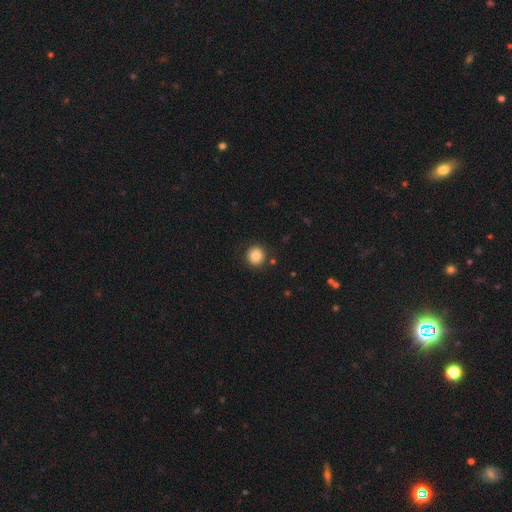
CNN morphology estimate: smooth_or_featured: smooth (p=0.83) [alt: star or artifact p=0.10]
how_rounded: round (p=0.93) [alt: in between p=0.06]
merging: none (p=0.90) [alt: minor disturbance p=0.06]